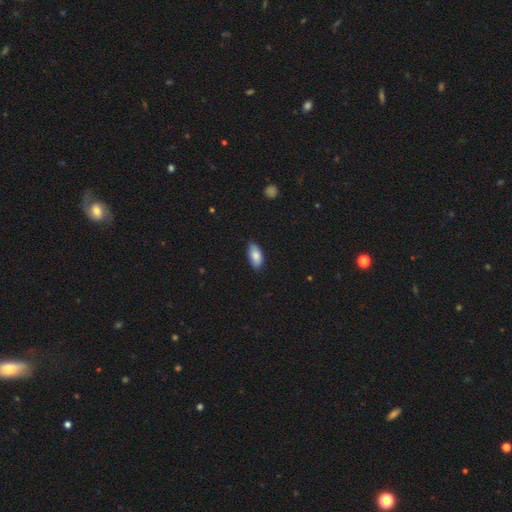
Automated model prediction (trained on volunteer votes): Smooth or featured?
  - smooth: 84% *
  - featured or disk: 9%
  - star or artifact: 7%
How rounded?
  - in between: 93% *
  - cigar-shaped: 5%
  - round: 3%
Merging?
  - none: 79% *
  - minor disturbance: 18%
  - major disturbance: 2%
  - merger: 1%